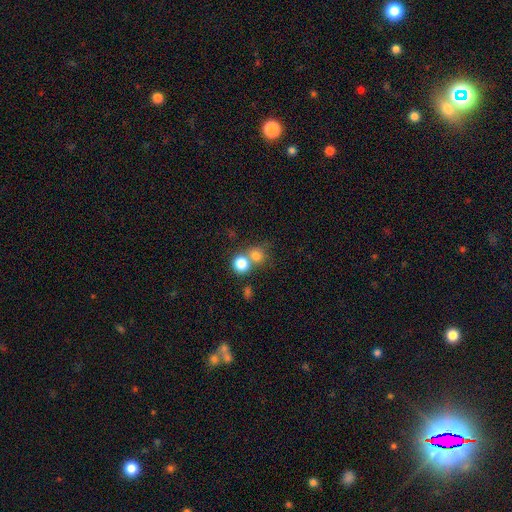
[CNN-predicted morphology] Q: Smooth or featured?
A: smooth (78%); runner-up: star or artifact (12%)
Q: How rounded?
A: round (85%); runner-up: in between (14%)
Q: Merging?
A: none (45%); tied with: merger (45%)